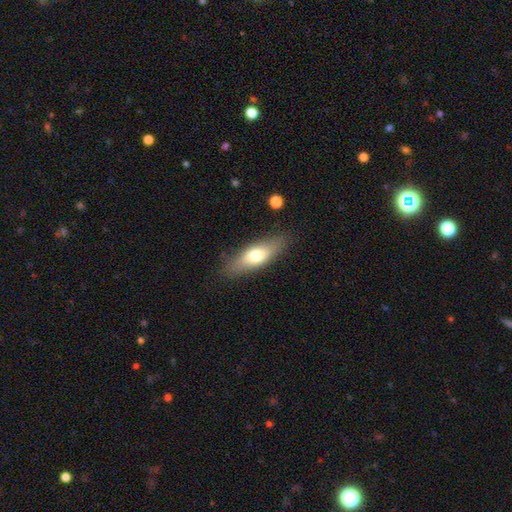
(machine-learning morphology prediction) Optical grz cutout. It shows a smooth galaxy with no disk features (64%) that is in between round and cigar-shaped (58%). Merging: none (82%).